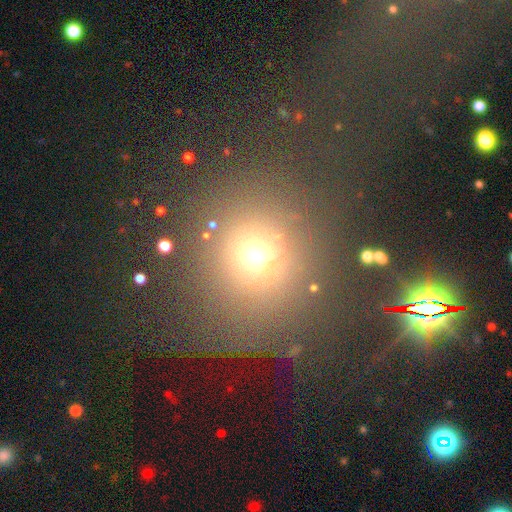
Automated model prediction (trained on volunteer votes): smooth_or_featured: smooth (p=0.58) [alt: star or artifact p=0.32]
how_rounded: round (p=0.89) [alt: in between p=0.09]
merging: none (p=0.76) [alt: minor disturbance p=0.11]